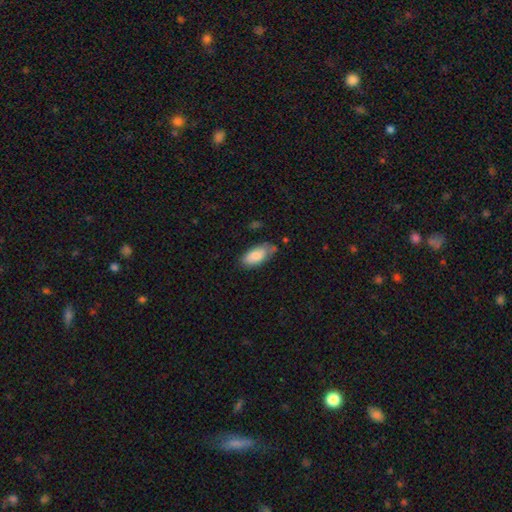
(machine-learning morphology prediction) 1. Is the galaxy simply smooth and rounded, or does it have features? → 81% smooth, 13% featured or disk, 6% star or artifact.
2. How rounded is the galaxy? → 91% in between, 6% cigar-shaped, 2% round.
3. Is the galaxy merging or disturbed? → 60% none, 30% minor disturbance, 6% major disturbance, 4% merger.